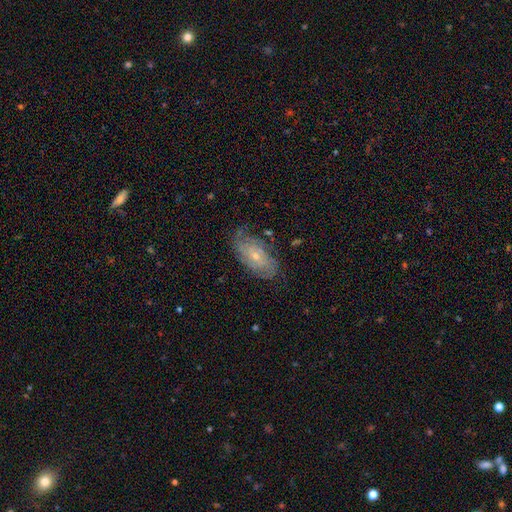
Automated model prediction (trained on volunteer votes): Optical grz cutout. It shows a featured or disk galaxy (67%) with no bar (71%), tight (57%) spiral arms (82%) and a small central bulge (67%). Merging: none (66%).